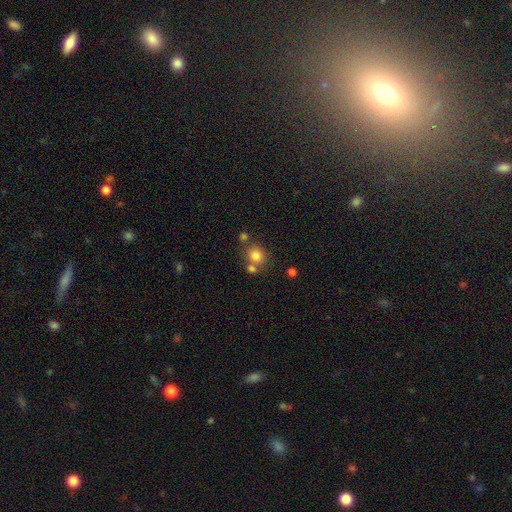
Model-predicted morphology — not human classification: A smooth galaxy with no disk features (80%) that is round (80%).

Vote fractions:
- Smooth or featured? smooth: 80% / star or artifact: 11% / featured or disk: 8%
- How rounded? round: 80% / in between: 19% / cigar-shaped: 1%
- Merging? none: 61% / merger: 24% / minor disturbance: 11% / major disturbance: 4%